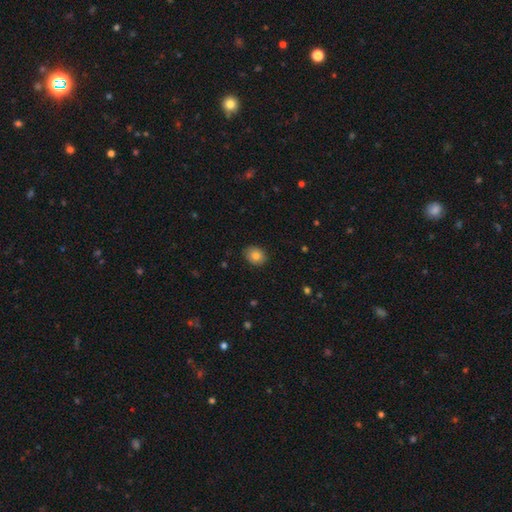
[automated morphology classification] smooth 82%, star or artifact 9%, featured or disk 9%. Down the decision tree: how rounded — round (52%); merging — none (86%).